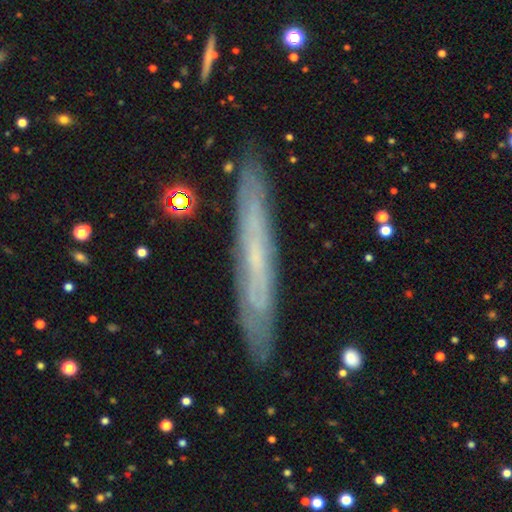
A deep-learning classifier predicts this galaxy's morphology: featured or disk 60%, smooth 30%, star or artifact 9%. Down the decision tree: edge-on disk — yes (81%); merging — none (89%).